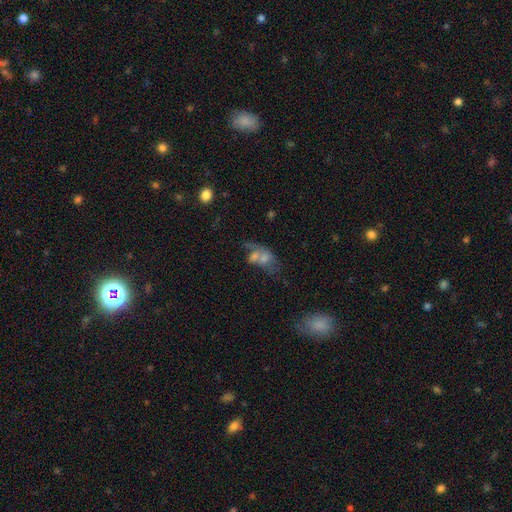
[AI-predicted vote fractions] The model was most divided on "smooth or featured": smooth: 42%, featured or disk: 38%, star or artifact: 20%. Remaining: merging — merger (44%).